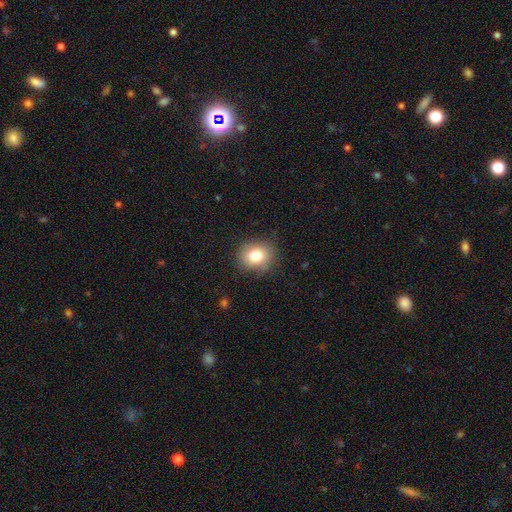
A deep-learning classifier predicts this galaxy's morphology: Smooth or featured? Predicted: smooth (p=0.79). How rounded? Predicted: round (p=0.75). Merging? Predicted: none (p=0.86).